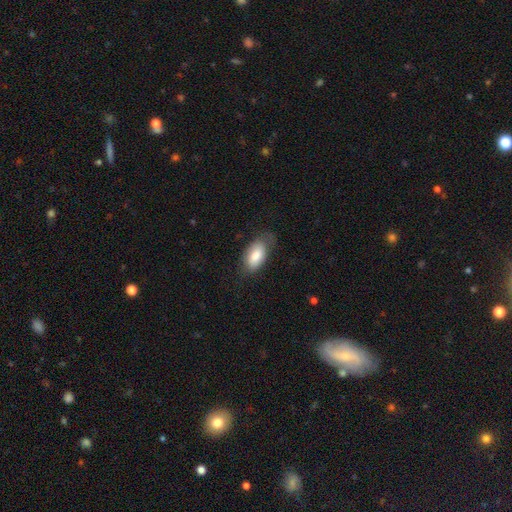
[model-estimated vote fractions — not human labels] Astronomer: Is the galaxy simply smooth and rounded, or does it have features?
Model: smooth — 80%.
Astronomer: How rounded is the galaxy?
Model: in between — 93%.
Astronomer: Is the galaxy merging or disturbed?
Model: none — 63%.